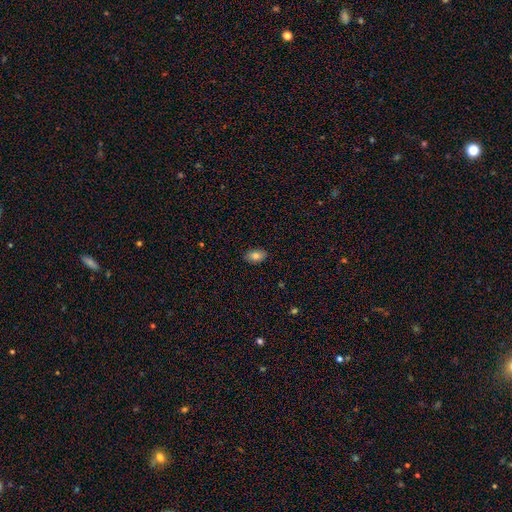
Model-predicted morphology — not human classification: Smooth or featured? Predicted: smooth (p=0.82). How rounded? Predicted: in between (p=0.87). Merging? Predicted: none (p=0.87).